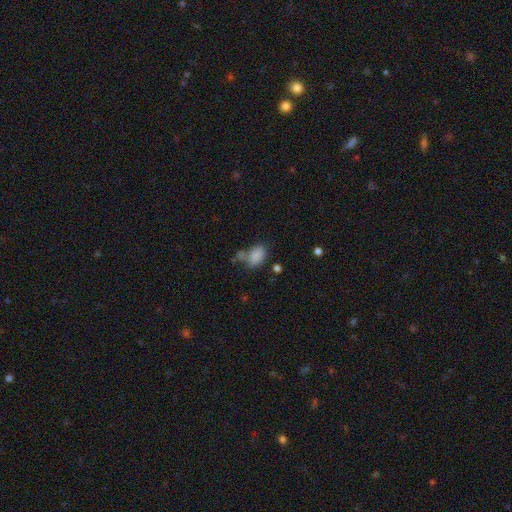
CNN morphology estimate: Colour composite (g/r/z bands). It shows a smooth galaxy with no disk features (84%) that is in between round and cigar-shaped (88%). Merging: none (50%).